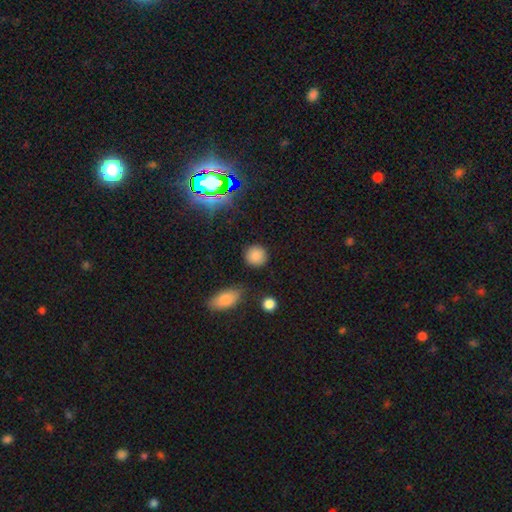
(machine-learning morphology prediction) Smooth or featured: smooth — 83% (star or artifact — 12%)
How rounded: round — 90% (in between — 9%)
Merging: none — 86% (minor disturbance — 8%)